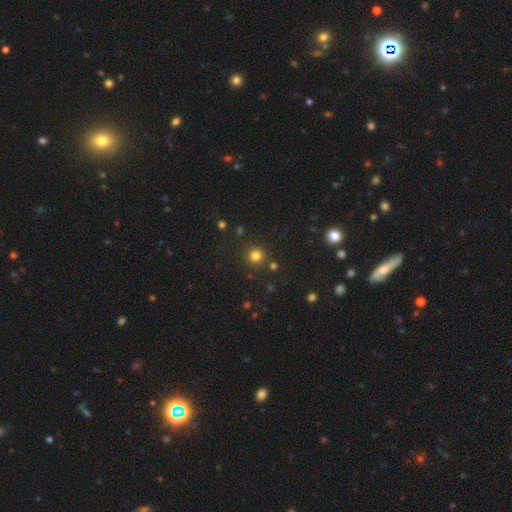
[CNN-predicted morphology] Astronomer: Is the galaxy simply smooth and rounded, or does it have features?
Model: smooth — 79%.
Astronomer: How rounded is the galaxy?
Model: round — 94%.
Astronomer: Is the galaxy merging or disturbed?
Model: none — 87%.